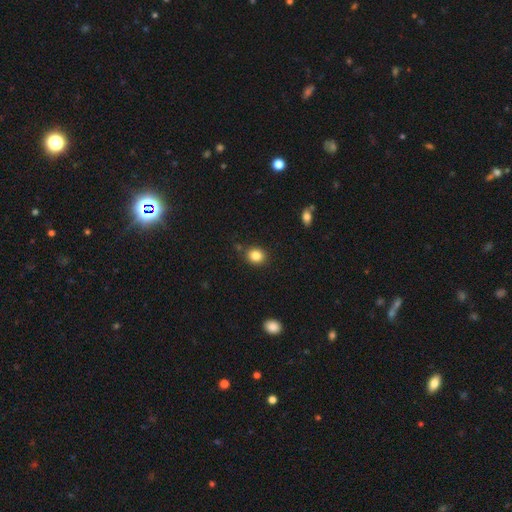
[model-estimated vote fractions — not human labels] smooth 84%, star or artifact 10%, featured or disk 5%. Down the decision tree: how rounded — round (70%); merging — none (86%).